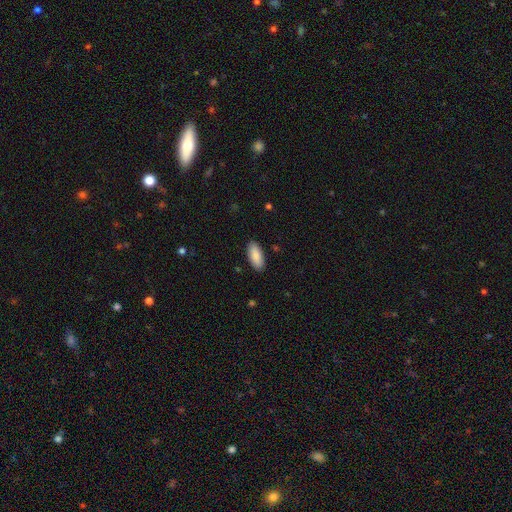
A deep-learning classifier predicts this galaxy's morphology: A smooth galaxy with no disk features (88%) that is in between round and cigar-shaped (86%). Merging: none (89%).